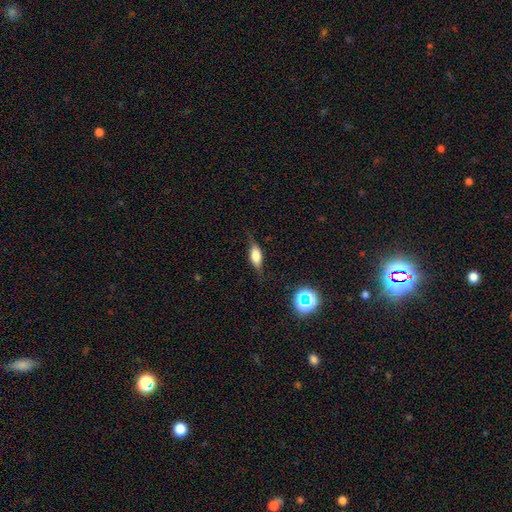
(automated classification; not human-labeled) smooth_or_featured: smooth (p=0.52) [alt: featured or disk p=0.38]
how_rounded: in between (p=0.67) [alt: cigar-shaped p=0.26]
merging: none (p=0.68) [alt: minor disturbance p=0.22]